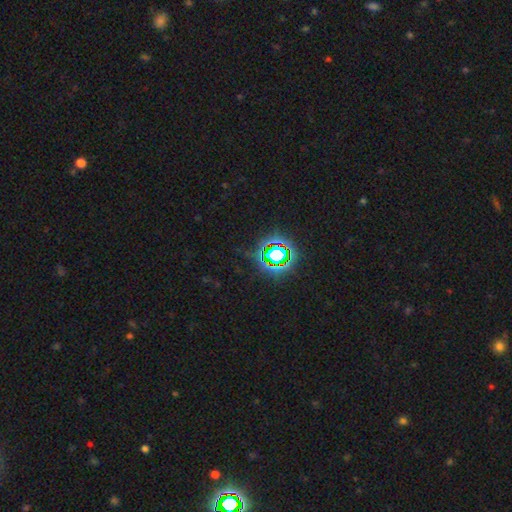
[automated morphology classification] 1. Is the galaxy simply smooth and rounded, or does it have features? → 80% star or artifact, 14% smooth, 6% featured or disk.